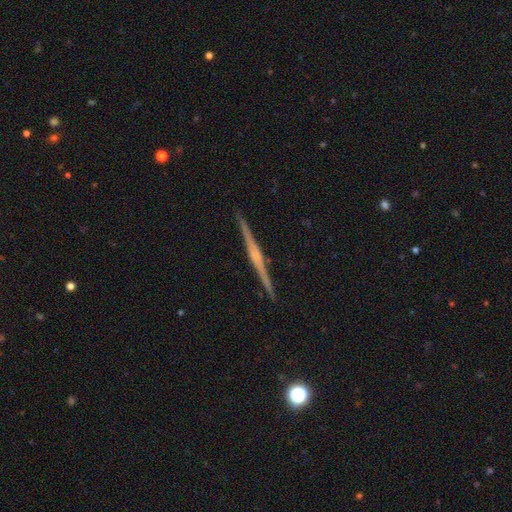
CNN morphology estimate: This appears to be a featured or disk galaxy (83%) viewed edge-on (99%) with a rounded central bulge (58%). Merging: none (93%).